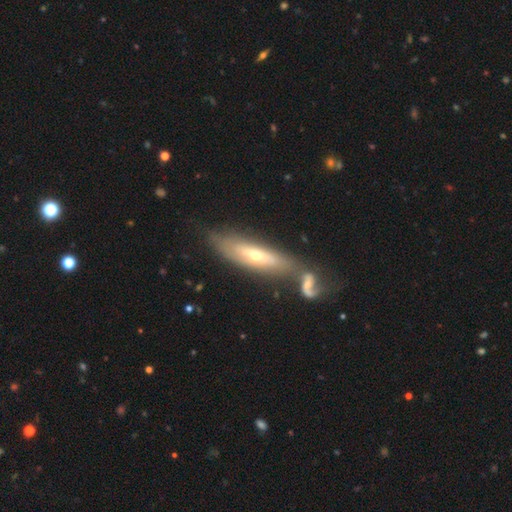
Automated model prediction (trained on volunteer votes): smooth_or_featured: featured or disk (p=0.56) [alt: smooth p=0.36]
disk_edge_on: no (p=0.51) [alt: yes p=0.49]
merging: none (p=0.56) [alt: merger p=0.25]